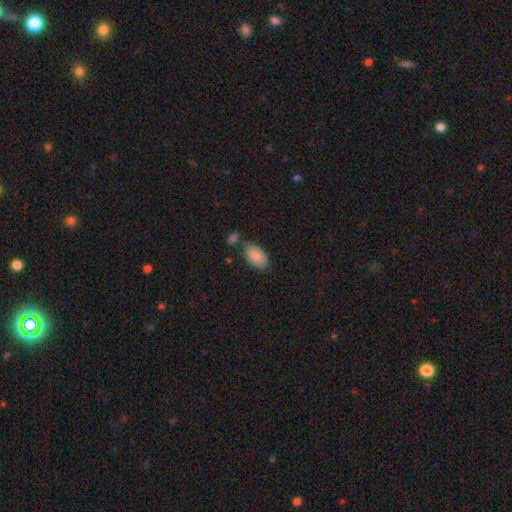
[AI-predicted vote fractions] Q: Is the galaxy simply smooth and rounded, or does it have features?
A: smooth — 87%.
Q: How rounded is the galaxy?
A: in between — 94%.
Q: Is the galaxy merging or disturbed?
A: none — 64%.